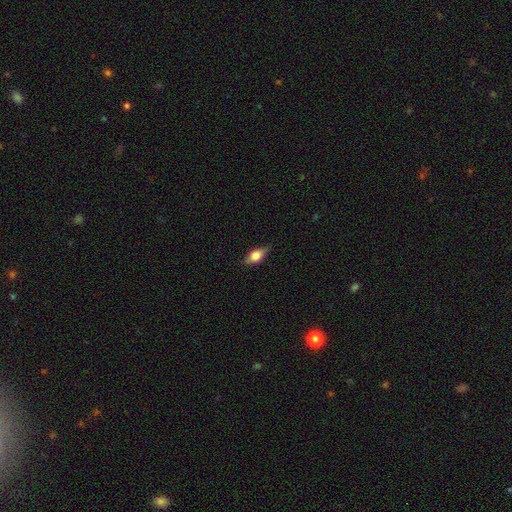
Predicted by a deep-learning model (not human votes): Smooth or featured? smooth (63%)
How rounded? in between (79%)
Merging? none (79%)